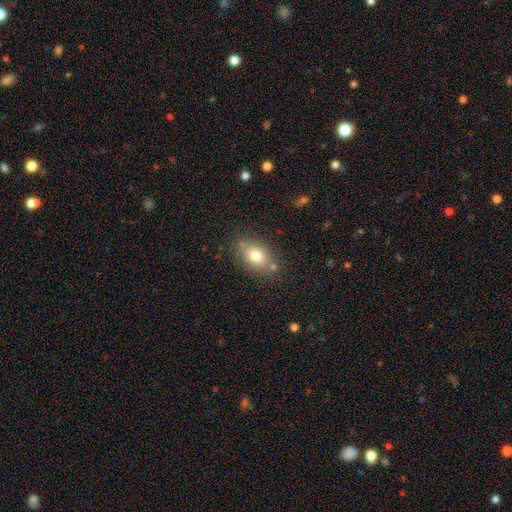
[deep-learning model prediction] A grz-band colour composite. It shows a smooth galaxy with no disk features (75%) that is in between round and cigar-shaped (77%). Merging: none (74%).